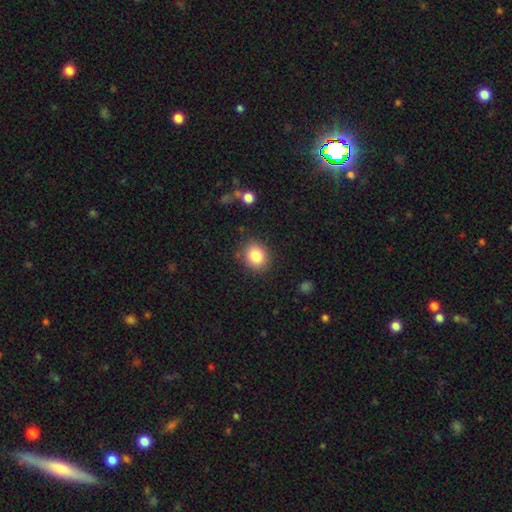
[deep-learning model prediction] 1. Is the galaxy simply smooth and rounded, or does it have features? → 83% smooth, 10% star or artifact, 7% featured or disk.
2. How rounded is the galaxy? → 68% round, 31% in between, 1% cigar-shaped.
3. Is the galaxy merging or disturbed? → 86% none, 9% minor disturbance, 3% major disturbance, 2% merger.